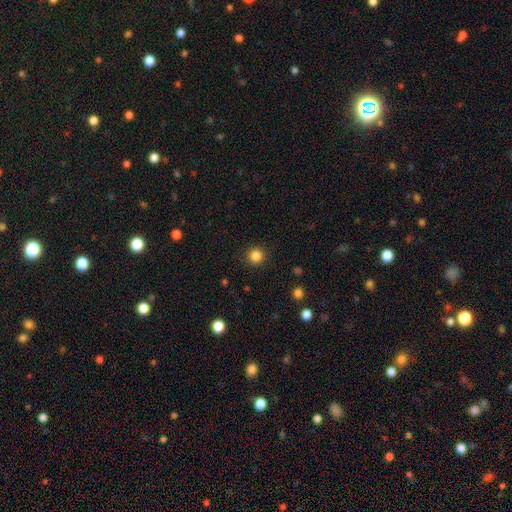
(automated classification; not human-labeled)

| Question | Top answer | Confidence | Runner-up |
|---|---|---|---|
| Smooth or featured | smooth | 85% | star or artifact (12%) |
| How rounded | round | 95% | in between (4%) |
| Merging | none | 91% | minor disturbance (5%) |